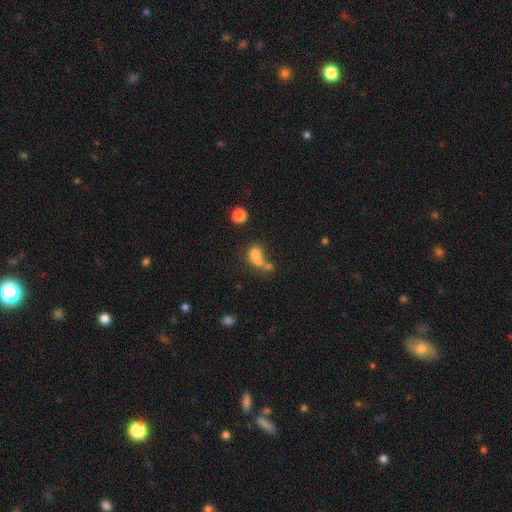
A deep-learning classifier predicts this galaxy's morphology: Q: Smooth or featured?
A: smooth (66%); runner-up: featured or disk (19%)
Q: How rounded?
A: round (60%); runner-up: in between (38%)
Q: Merging?
A: merger (60%); runner-up: none (23%)